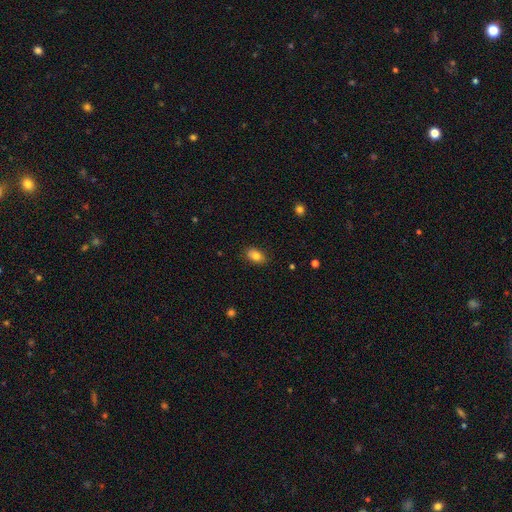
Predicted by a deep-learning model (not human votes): Smooth or featured?
  - smooth: 82% *
  - featured or disk: 9%
  - star or artifact: 9%
How rounded?
  - in between: 84% *
  - round: 14%
  - cigar-shaped: 2%
Merging?
  - none: 85% *
  - minor disturbance: 12%
  - major disturbance: 2%
  - merger: 1%